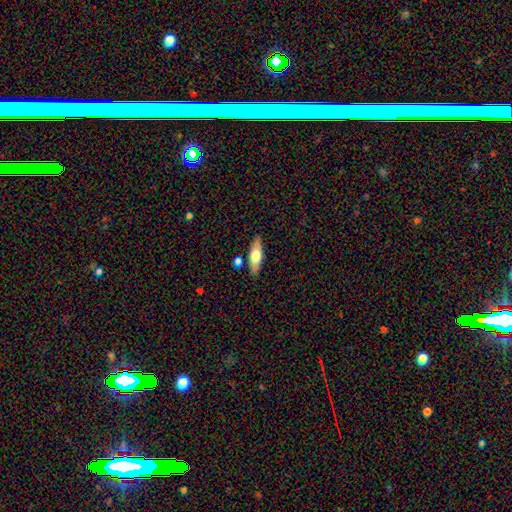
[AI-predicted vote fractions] The model was most divided on "how rounded": in between: 57%, cigar-shaped: 40%, round: 3%. More confident: merging — none (85%); smooth or featured — smooth (58%).